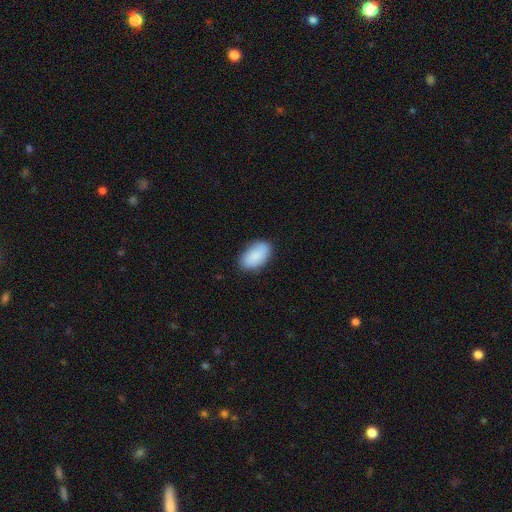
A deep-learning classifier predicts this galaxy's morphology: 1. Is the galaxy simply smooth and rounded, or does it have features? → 86% smooth, 8% featured or disk, 6% star or artifact.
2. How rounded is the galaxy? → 94% in between, 4% round, 2% cigar-shaped.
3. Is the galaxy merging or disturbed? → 83% none, 13% minor disturbance, 3% major disturbance, 1% merger.